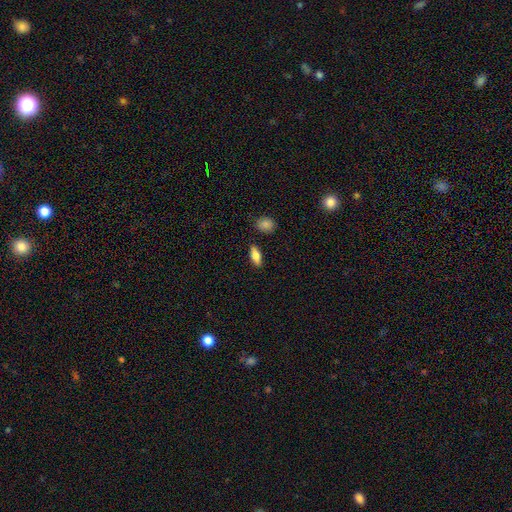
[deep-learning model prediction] Smooth or featured? Predicted: smooth (p=0.74). How rounded? Predicted: in between (p=0.74). Merging? Predicted: none (p=0.88).